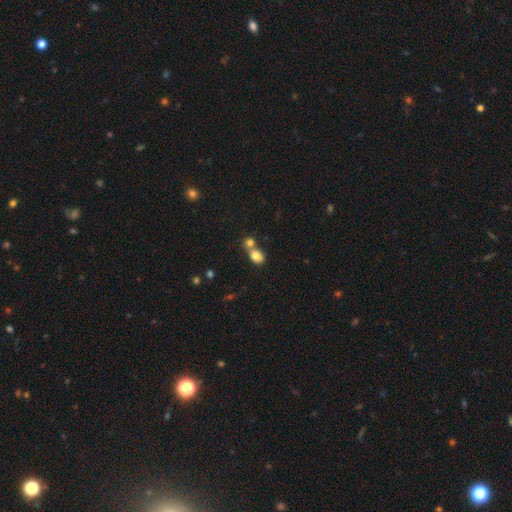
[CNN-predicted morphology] smooth 81%, star or artifact 10%, featured or disk 9%. Down the decision tree: how rounded — in between (62%); merging — merger (50%).